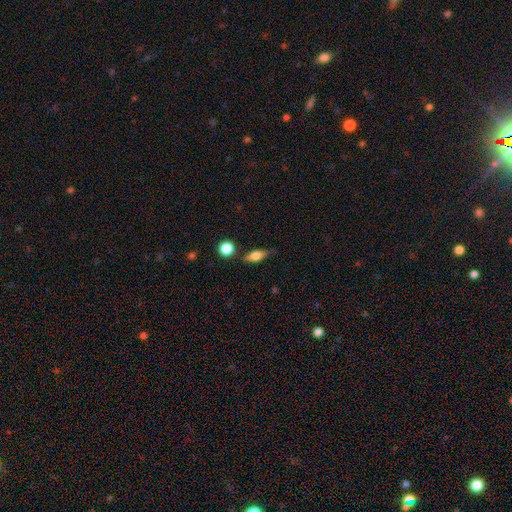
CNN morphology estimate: Smooth or featured? Predicted: smooth (p=0.60). How rounded? Predicted: in between (p=0.62). Merging? Predicted: none (p=0.75).